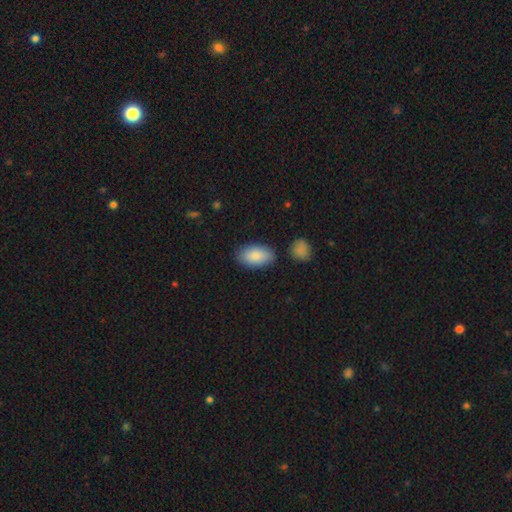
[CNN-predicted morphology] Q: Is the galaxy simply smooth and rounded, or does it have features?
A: smooth — 86%.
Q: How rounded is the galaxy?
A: in between — 94%.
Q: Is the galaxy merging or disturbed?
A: none — 80%.